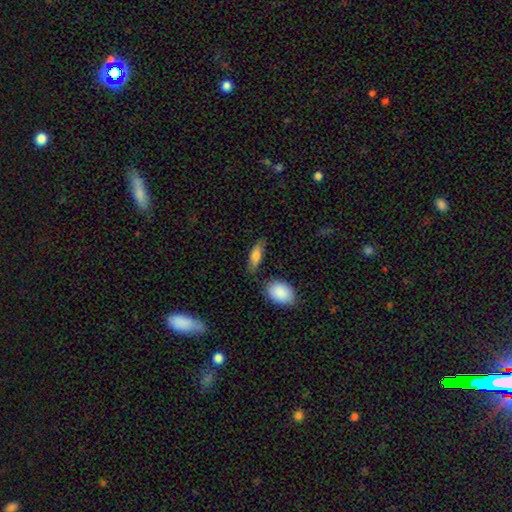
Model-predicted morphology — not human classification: Q: Smooth or featured?
A: smooth (79%); runner-up: featured or disk (15%)
Q: How rounded?
A: in between (68%); runner-up: cigar-shaped (28%)
Q: Merging?
A: none (69%); runner-up: minor disturbance (19%)